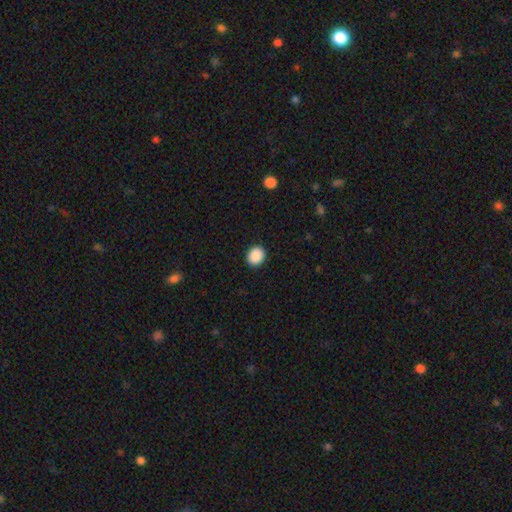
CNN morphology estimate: The model was most divided on "how rounded": round: 66%, in between: 33%, cigar-shaped: 1%. More confident: merging — none (92%); smooth or featured — smooth (90%).